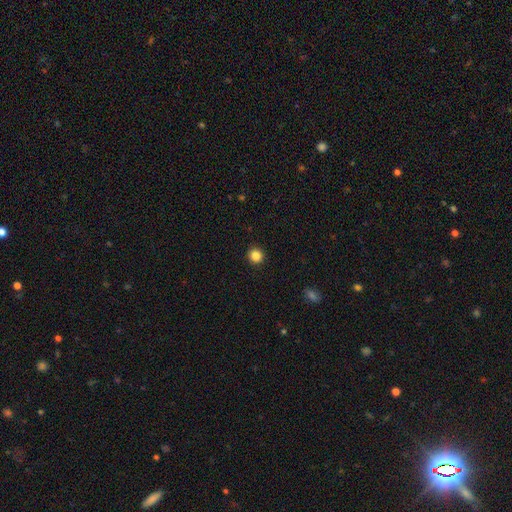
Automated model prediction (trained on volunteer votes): Q: Smooth or featured?
A: smooth (85%); runner-up: star or artifact (11%)
Q: How rounded?
A: round (94%); runner-up: in between (5%)
Q: Merging?
A: none (93%); runner-up: minor disturbance (4%)